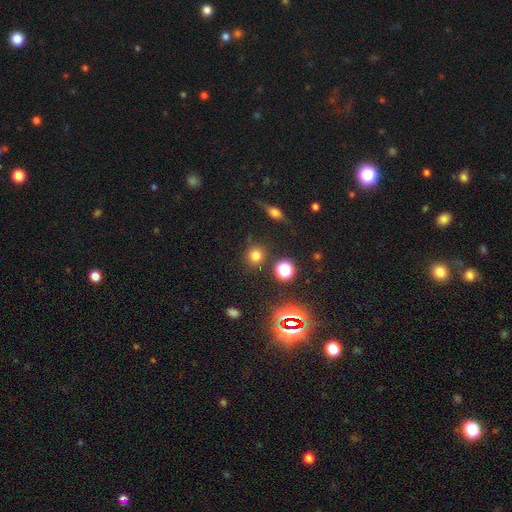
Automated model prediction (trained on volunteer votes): This is likely a smooth galaxy (74%). How rounded: clearly round (90%). Merging: clearly none (85%).